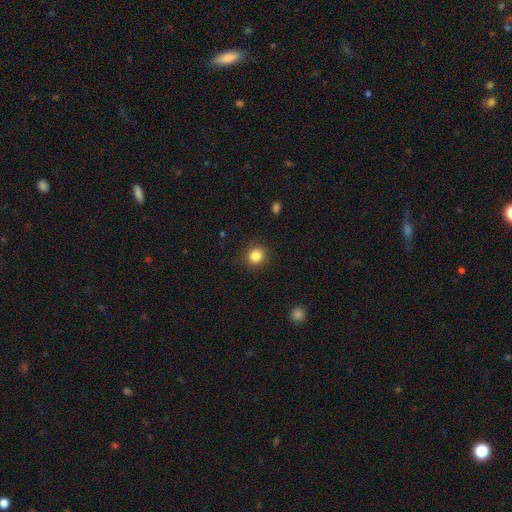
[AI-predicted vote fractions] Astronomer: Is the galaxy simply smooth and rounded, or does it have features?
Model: smooth — 84%.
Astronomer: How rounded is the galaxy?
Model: round — 89%.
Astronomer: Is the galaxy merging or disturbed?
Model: none — 90%.